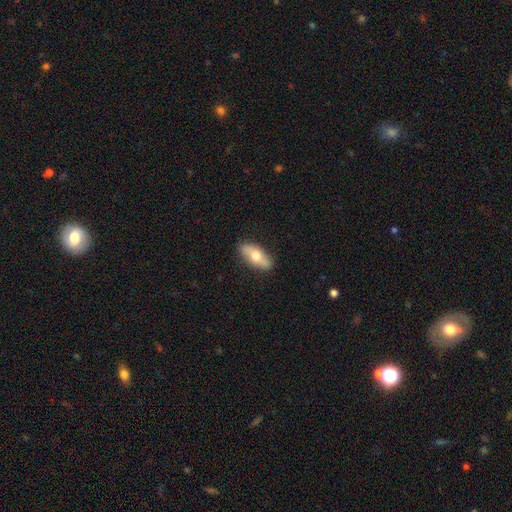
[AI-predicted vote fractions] This appears to be a smooth galaxy with no disk features (61%) that is in between round and cigar-shaped (78%). Merging: none (86%).